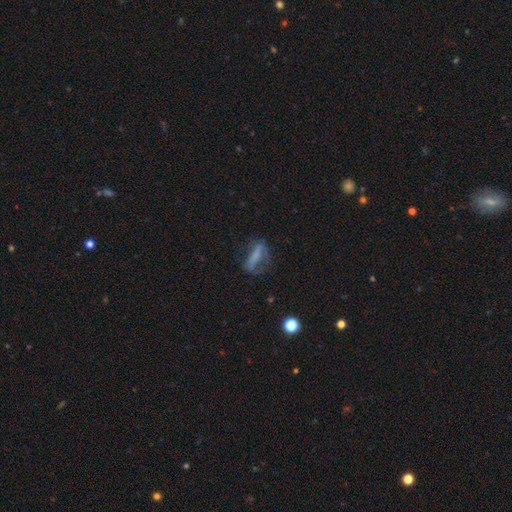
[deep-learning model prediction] This appears to be a smooth galaxy with no disk features (47%). Merging: none (42%).